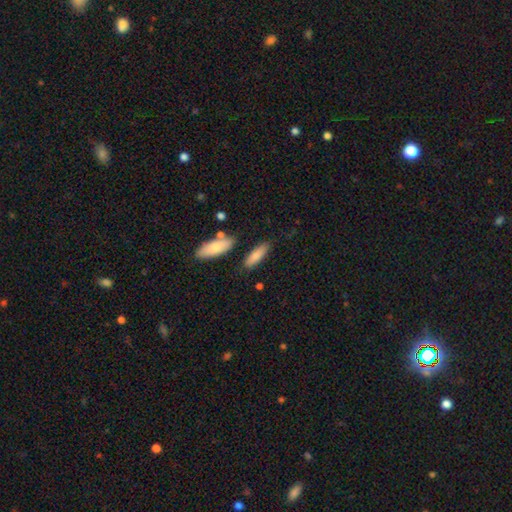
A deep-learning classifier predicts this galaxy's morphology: type=smooth (83%); roundness=in between (50%); merging=none (78%).